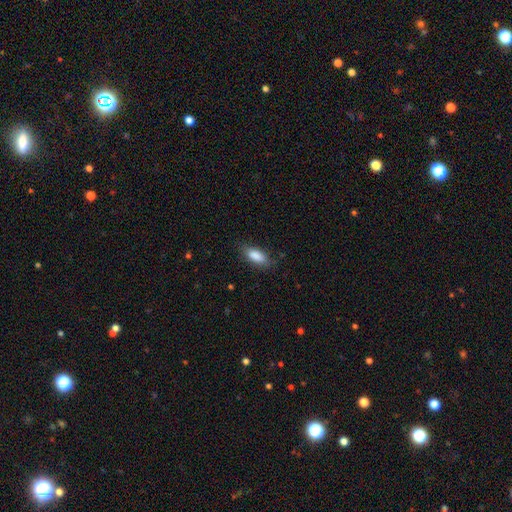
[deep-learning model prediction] This appears to be a smooth galaxy with no disk features (86%) that is in between round and cigar-shaped (79%). Merging: none (80%).